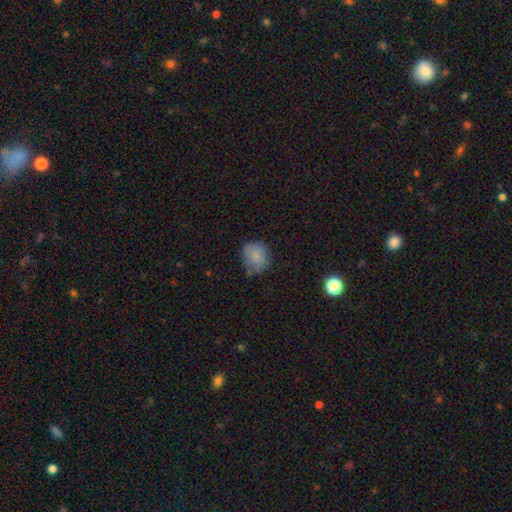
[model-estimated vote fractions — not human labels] Smooth or featured? Predicted: smooth (p=0.80). How rounded? Predicted: round (p=0.70). Merging? Predicted: none (p=0.62).